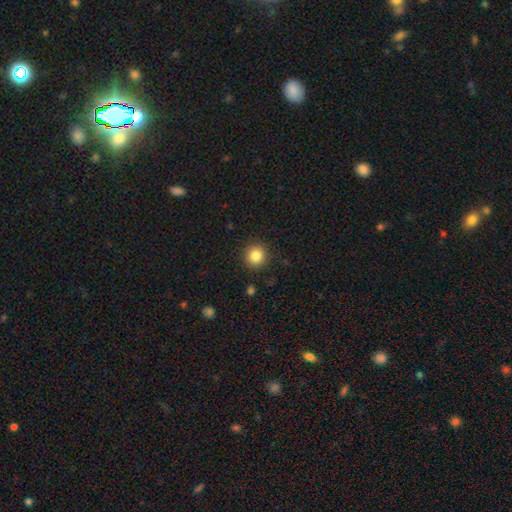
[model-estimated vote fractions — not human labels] The model was most divided on "smooth or featured": smooth: 85%, star or artifact: 10%, featured or disk: 4%. More confident: how rounded — round (90%); merging — none (90%).